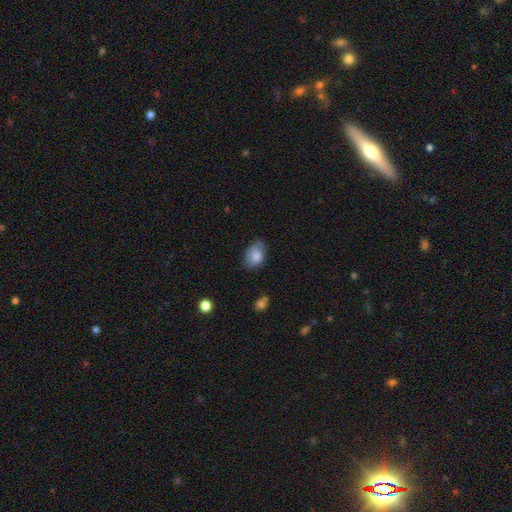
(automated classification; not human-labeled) This is clearly a smooth galaxy (82%). How rounded: clearly in between (88%). Merging: likely none (66%).